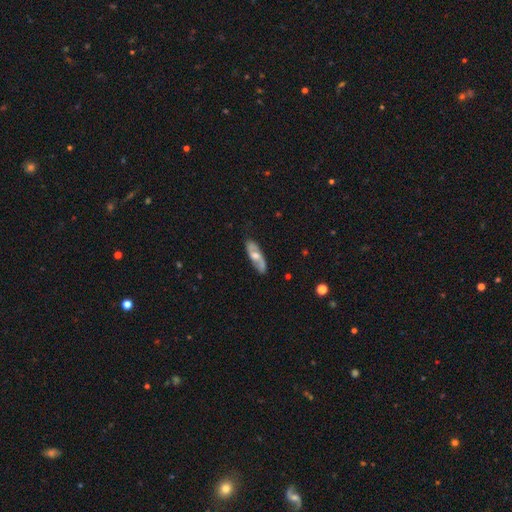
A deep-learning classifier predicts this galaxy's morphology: smooth-or-featured: featured or disk: 60% | smooth: 35% | star or artifact: 5%
  disk-edge-on: no: 78% | yes: 22%
  merging: none: 81% | minor disturbance: 14% | major disturbance: 3% | merger: 2%